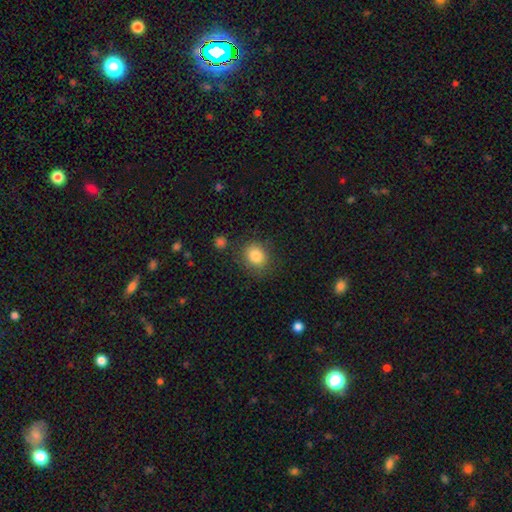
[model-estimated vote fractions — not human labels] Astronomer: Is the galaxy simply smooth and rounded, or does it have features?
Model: smooth — 83%.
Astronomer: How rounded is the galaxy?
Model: round — 68%.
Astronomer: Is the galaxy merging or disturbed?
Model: none — 81%.